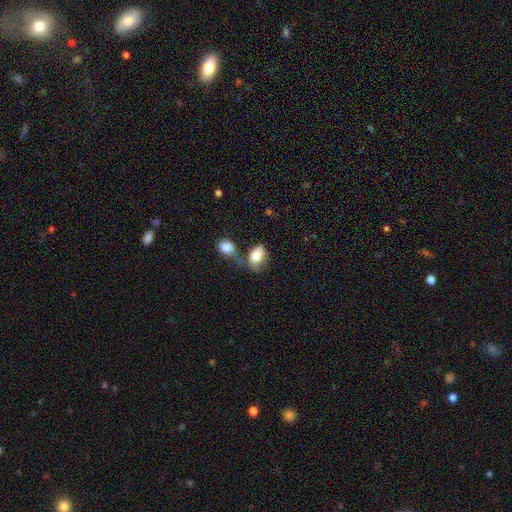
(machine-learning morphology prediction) smooth 80%, featured or disk 13%, star or artifact 7%. Down the decision tree: how rounded — in between (82%); merging — merger (42%).